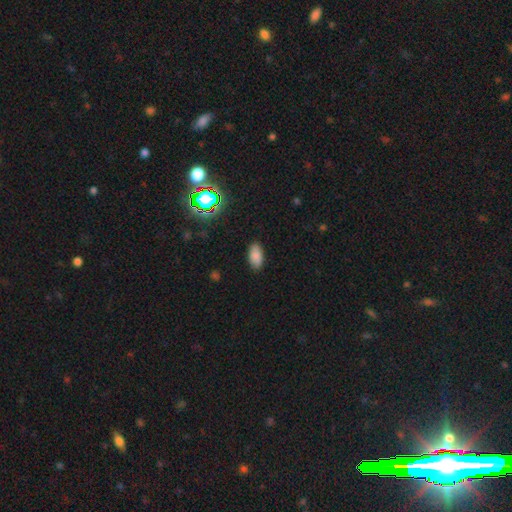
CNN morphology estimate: Q: Smooth or featured?
A: smooth (84%); runner-up: star or artifact (11%)
Q: How rounded?
A: in between (93%); runner-up: cigar-shaped (4%)
Q: Merging?
A: none (87%); runner-up: minor disturbance (10%)